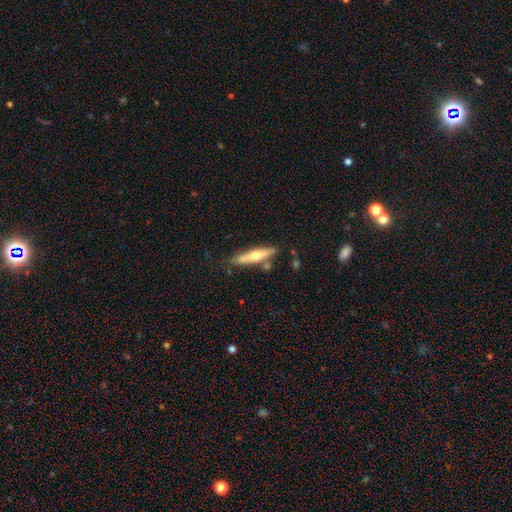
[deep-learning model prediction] A smooth galaxy with no disk features (49%).

Vote fractions:
- Smooth or featured? smooth: 49% / featured or disk: 45% / star or artifact: 6%
- Merging? none: 75% / minor disturbance: 15% / merger: 7% / major disturbance: 3%